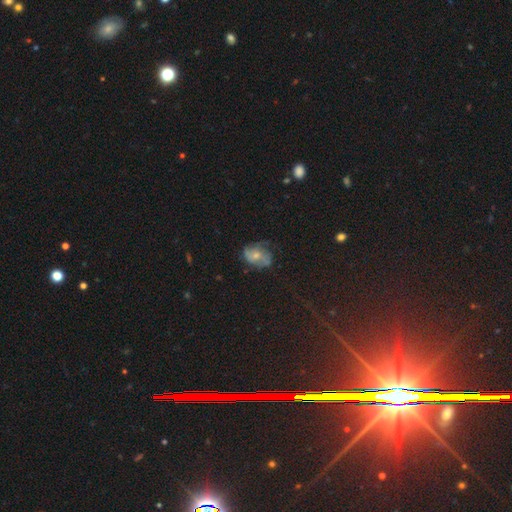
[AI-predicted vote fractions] Smooth or featured? featured or disk (53%)
Edge-on disk? no (97%)
Bar? no (77%)
Spiral arms? yes (68%)
Bulge size? moderate (48%)
Merging? none (52%)